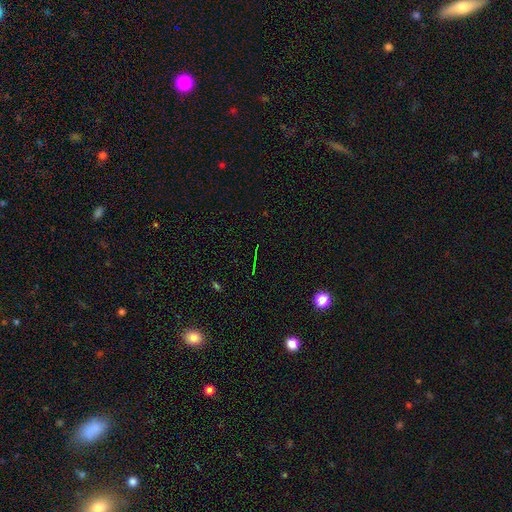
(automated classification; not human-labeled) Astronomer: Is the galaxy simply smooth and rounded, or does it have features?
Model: star or artifact — 71%.